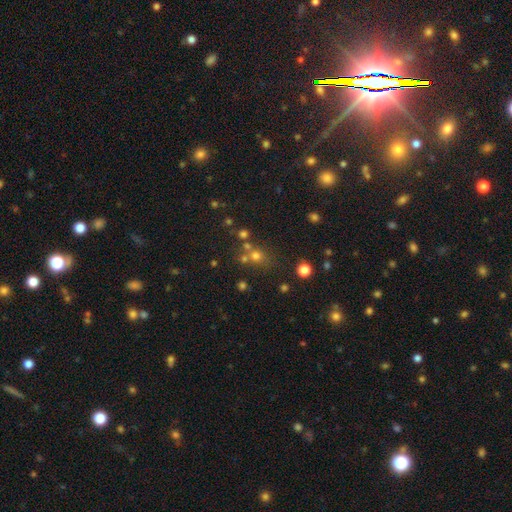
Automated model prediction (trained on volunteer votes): smooth_or_featured: smooth (p=0.63) [alt: star or artifact p=0.26]
how_rounded: round (p=0.82) [alt: in between p=0.17]
merging: none (p=0.61) [alt: merger p=0.24]